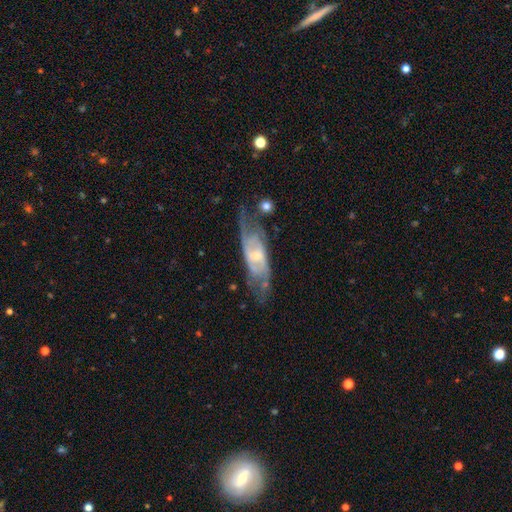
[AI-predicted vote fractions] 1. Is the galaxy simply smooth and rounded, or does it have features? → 78% featured or disk, 16% smooth, 6% star or artifact.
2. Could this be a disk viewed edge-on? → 83% no, 17% yes.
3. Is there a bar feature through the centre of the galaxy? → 49% weak, 35% no, 16% strong.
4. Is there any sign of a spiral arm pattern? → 87% yes, 13% no.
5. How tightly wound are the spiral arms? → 46% medium, 28% tight, 27% loose.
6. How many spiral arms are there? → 63% 2, 25% can't tell, 5% 3, 3% 1, 2% 4, 2% more than 4.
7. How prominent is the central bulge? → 57% small, 33% moderate, 6% none, 3% large, 1% dominant.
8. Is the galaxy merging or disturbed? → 54% none, 23% minor disturbance, 17% major disturbance, 6% merger.